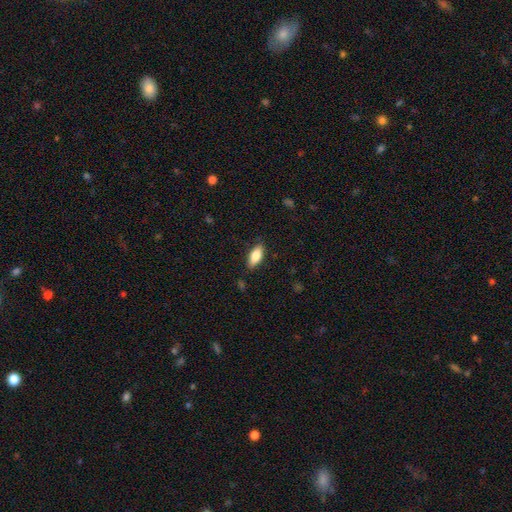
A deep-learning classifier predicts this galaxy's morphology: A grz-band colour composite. It shows a smooth galaxy with no disk features (82%) that is in between round and cigar-shaped (82%). Merging: none (85%).